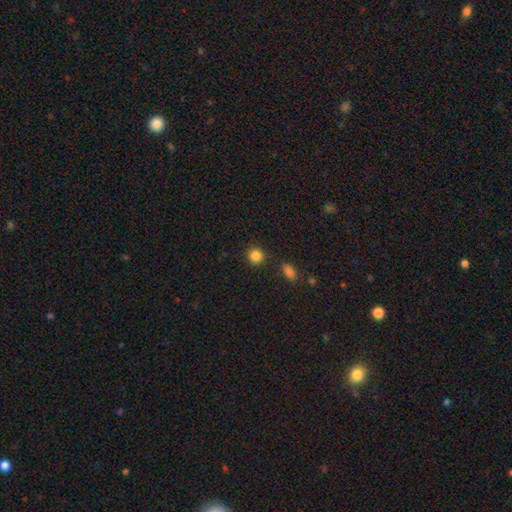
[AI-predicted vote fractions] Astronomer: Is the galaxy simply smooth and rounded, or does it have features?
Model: smooth — 86%.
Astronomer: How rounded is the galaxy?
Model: round — 90%.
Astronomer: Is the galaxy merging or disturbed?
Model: none — 89%.